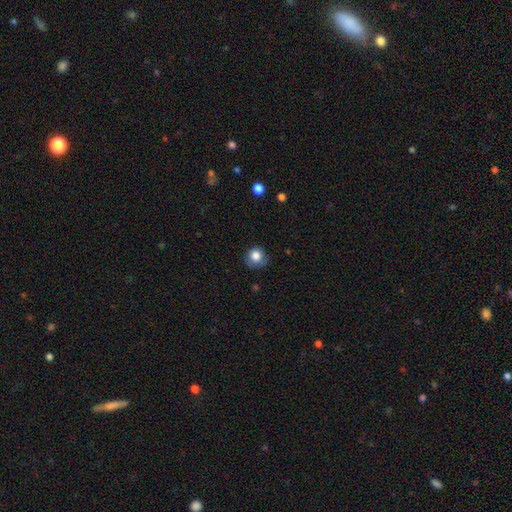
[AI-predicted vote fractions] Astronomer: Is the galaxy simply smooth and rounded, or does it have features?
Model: smooth — 83%.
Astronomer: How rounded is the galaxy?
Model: round — 88%.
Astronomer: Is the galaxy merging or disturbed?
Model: none — 72%.